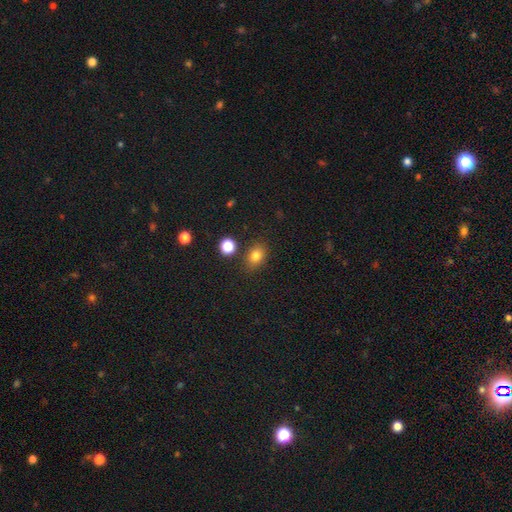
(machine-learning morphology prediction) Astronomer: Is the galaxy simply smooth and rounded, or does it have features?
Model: smooth — 80%.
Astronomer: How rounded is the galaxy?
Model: in between — 59% (runner-up: round, 39%).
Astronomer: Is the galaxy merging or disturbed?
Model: none — 81%.